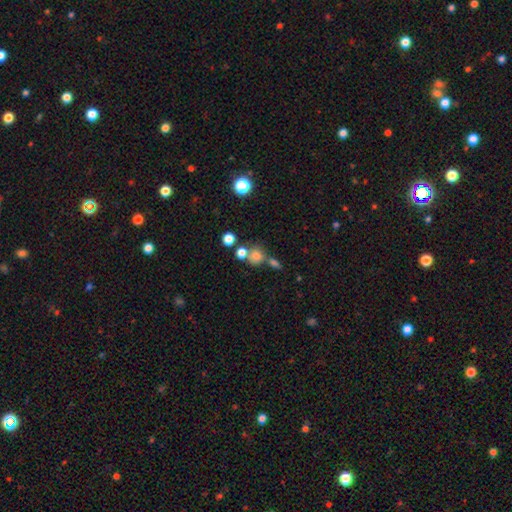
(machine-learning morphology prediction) This is likely a smooth galaxy (72%). How rounded: clearly round (82%). Merging: possibly none (49%).